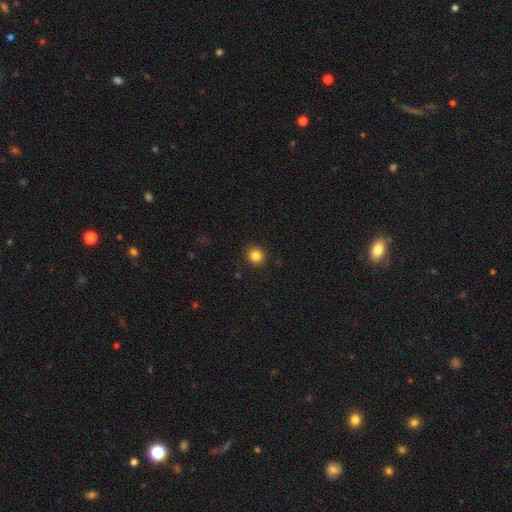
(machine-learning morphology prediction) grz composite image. It shows a smooth galaxy with no disk features (84%) that is round (89%). Merging: none (92%).